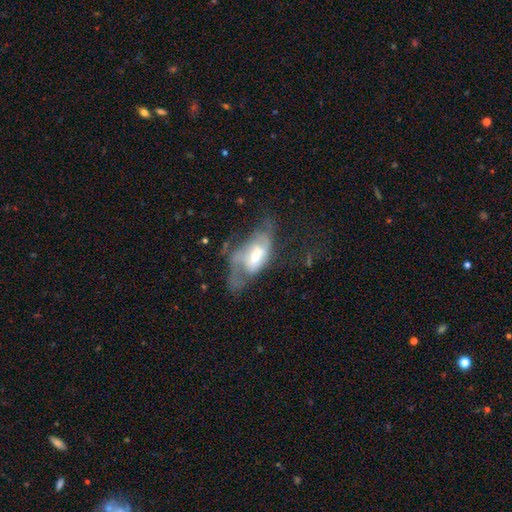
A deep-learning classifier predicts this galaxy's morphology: smooth-or-featured: featured or disk: 62% | smooth: 30% | star or artifact: 8%
  disk-edge-on: no: 91% | yes: 9%
    bar: weak: 47% | no: 36% | strong: 17%
    has-spiral-arms: yes: 70% | no: 30%
    bulge-size: moderate: 55% | large: 22% | small: 18% | none: 3% | dominant: 2%
  merging: major disturbance: 48% | none: 25% | minor disturbance: 22% | merger: 5%